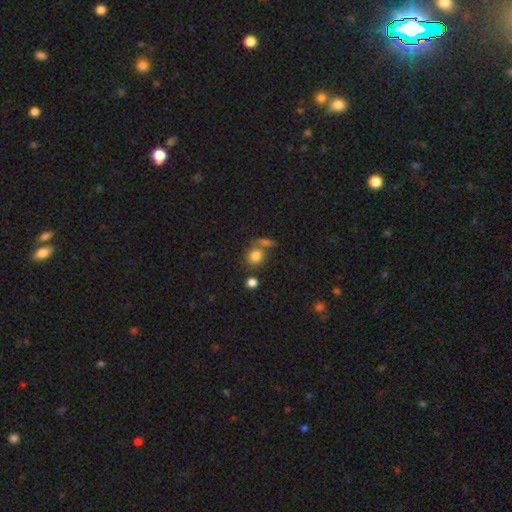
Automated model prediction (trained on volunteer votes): This appears to be a smooth galaxy with no disk features (81%) that is round (70%). Merging: none (56%).